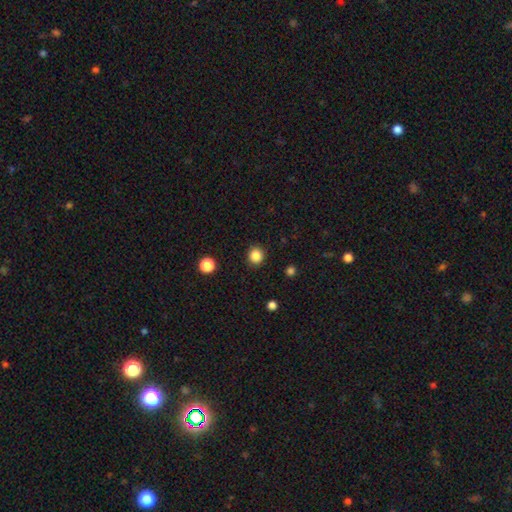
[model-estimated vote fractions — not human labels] Overall: smooth (85%). How rounded: round (89%). Merging: none (91%).